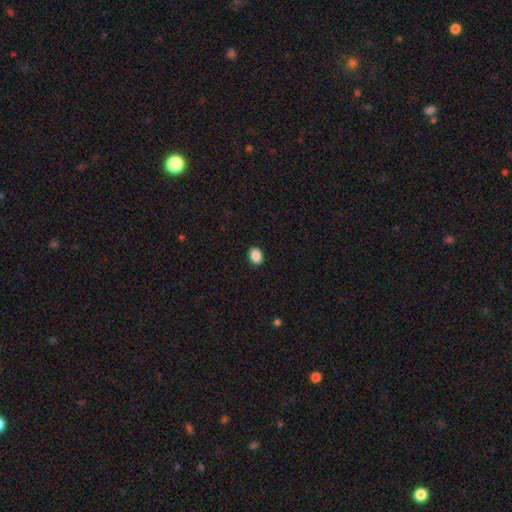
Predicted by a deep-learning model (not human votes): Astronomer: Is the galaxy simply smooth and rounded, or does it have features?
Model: smooth — 89%.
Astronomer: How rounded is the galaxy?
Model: in between — 68%.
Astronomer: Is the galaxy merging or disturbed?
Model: none — 91%.